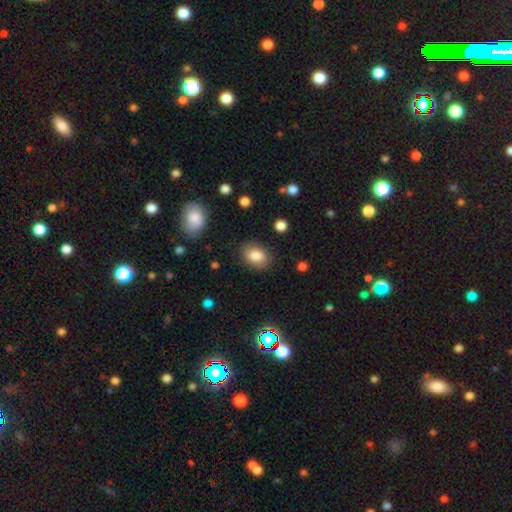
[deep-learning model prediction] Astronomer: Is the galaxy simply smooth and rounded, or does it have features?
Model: smooth — 84%.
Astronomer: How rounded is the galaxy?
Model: in between — 75%.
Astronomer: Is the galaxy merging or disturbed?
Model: none — 84%.